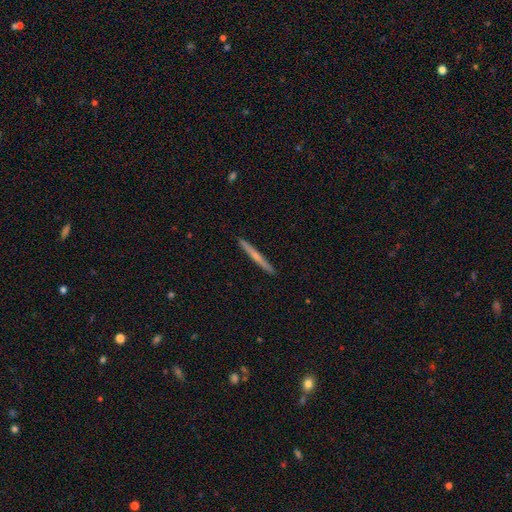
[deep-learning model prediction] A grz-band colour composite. It shows a featured or disk galaxy (51%) viewed edge-on (98%). Merging: none (93%).